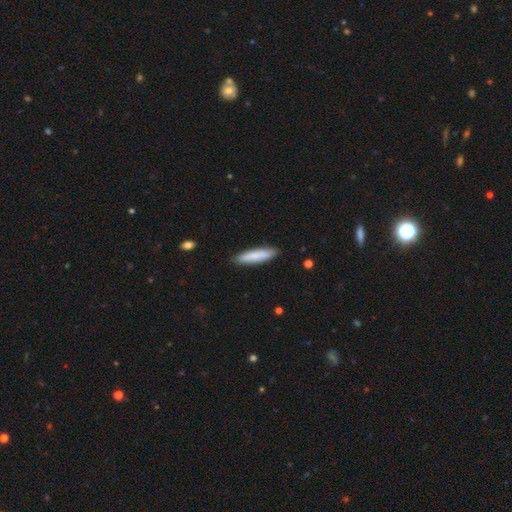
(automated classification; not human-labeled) smooth-or-featured: smooth: 80% | featured or disk: 14% | star or artifact: 5%
  how-rounded: cigar-shaped: 82% | in between: 17% | round: 1%
  merging: none: 87% | minor disturbance: 10% | major disturbance: 2% | merger: 1%